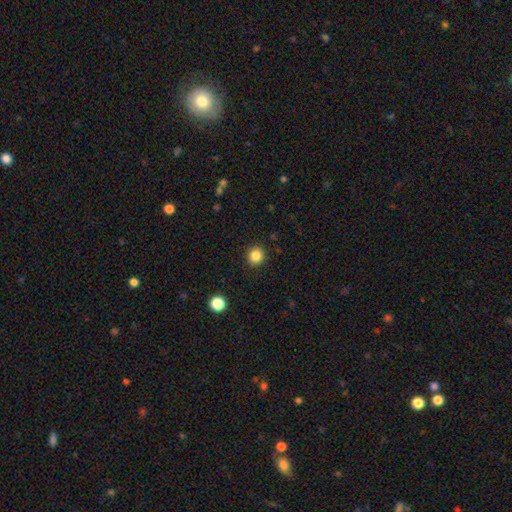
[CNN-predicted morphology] A smooth galaxy with no disk features (84%) that is round (91%).

Vote fractions:
- Smooth or featured? smooth: 84% / star or artifact: 12% / featured or disk: 4%
- How rounded? round: 91% / in between: 8% / cigar-shaped: 1%
- Merging? none: 92% / minor disturbance: 5% / major disturbance: 2% / merger: 1%